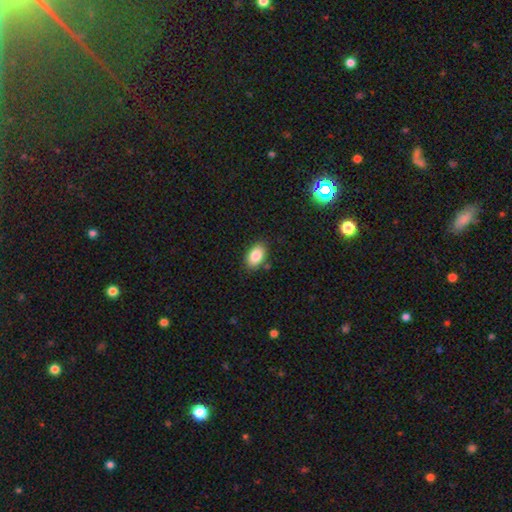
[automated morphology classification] This appears to be a smooth galaxy with no disk features (85%) that is in between round and cigar-shaped (90%). Merging: none (83%).